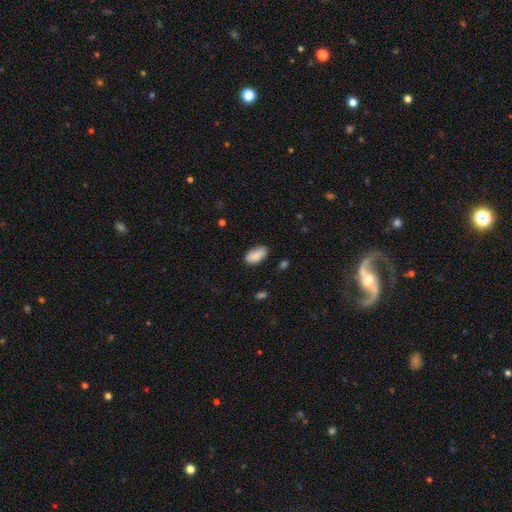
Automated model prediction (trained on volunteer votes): This is clearly a smooth galaxy (86%). How rounded: clearly in between (92%). Merging: likely none (74%).